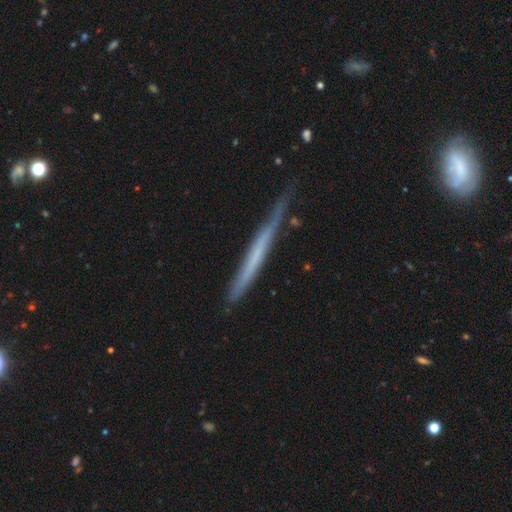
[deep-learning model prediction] This appears to be a featured or disk galaxy (54%) viewed edge-on (96%) with no central bulge (90%). Merging: none (73%).